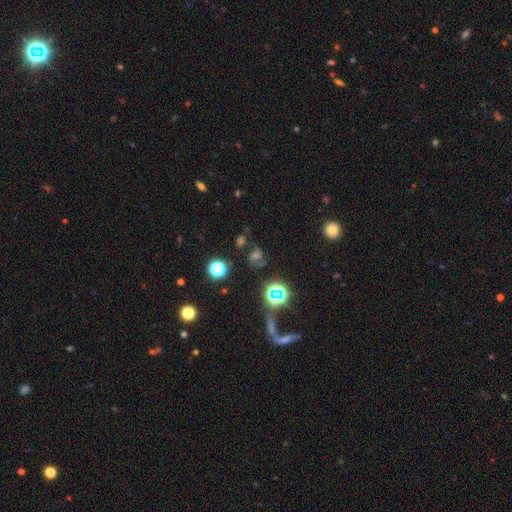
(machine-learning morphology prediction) A star or artifact, not a galaxy (45%).

Vote fractions:
- Smooth or featured? star or artifact: 45% / smooth: 32% / featured or disk: 22%